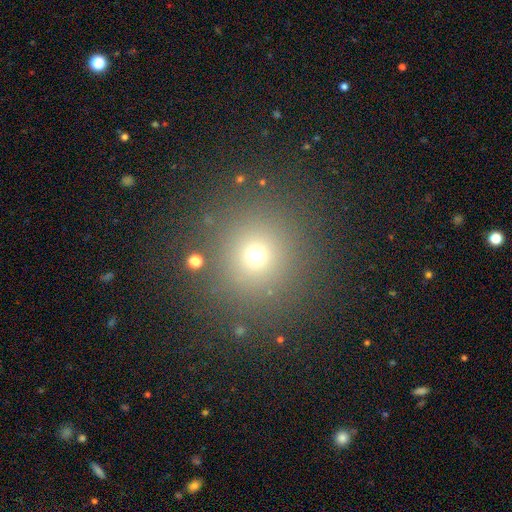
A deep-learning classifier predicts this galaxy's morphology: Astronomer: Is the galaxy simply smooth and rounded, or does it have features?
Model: smooth — 65%.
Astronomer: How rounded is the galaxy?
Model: round — 93%.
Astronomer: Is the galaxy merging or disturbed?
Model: none — 88%.